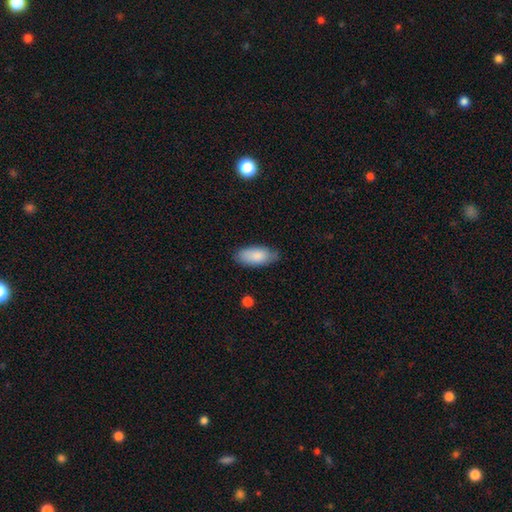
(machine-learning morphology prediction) smooth_or_featured: smooth (p=0.85) [alt: featured or disk p=0.09]
how_rounded: in between (p=0.88) [alt: cigar-shaped p=0.10]
merging: none (p=0.77) [alt: minor disturbance p=0.19]